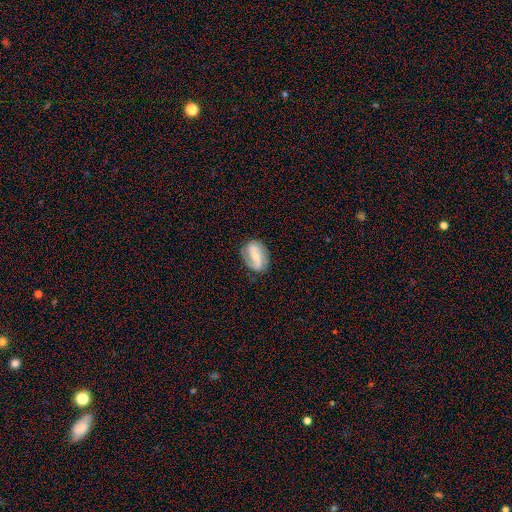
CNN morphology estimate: The model was most divided on "spiral winding": loose: 40%, medium: 37%, tight: 22%. Remaining: edge-on disk — no (96%); spiral arms — yes (89%); spiral arm count — 2 (82%); merging — none (76%); smooth or featured — featured or disk (71%); bulge size — small (54%); bar — strong (41%).